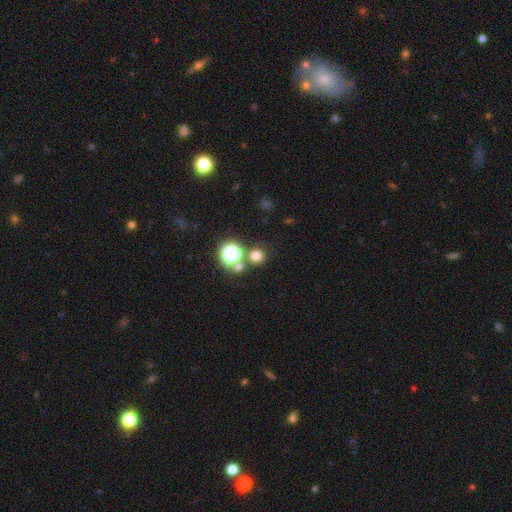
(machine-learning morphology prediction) Smooth or featured: smooth — 70% (star or artifact — 23%)
How rounded: round — 92% (in between — 7%)
Merging: none — 74% (merger — 16%)